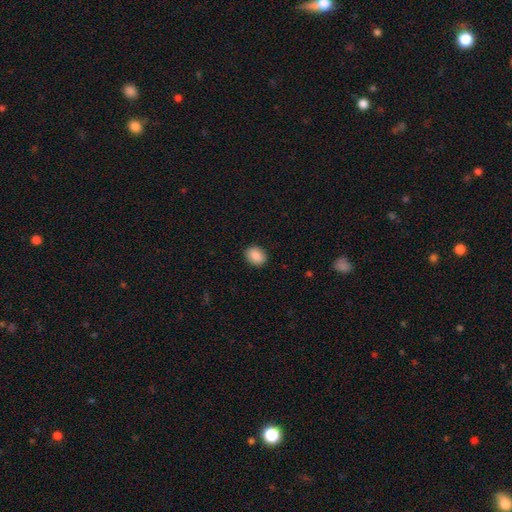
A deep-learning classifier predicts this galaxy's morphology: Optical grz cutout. It shows a smooth galaxy with no disk features (88%) that is in between round and cigar-shaped (60%). Merging: none (89%).